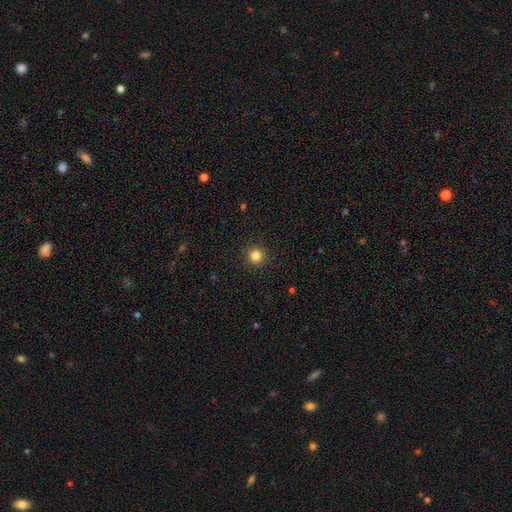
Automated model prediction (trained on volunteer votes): This appears to be a smooth galaxy with no disk features (83%) that is round (96%). Merging: none (93%).